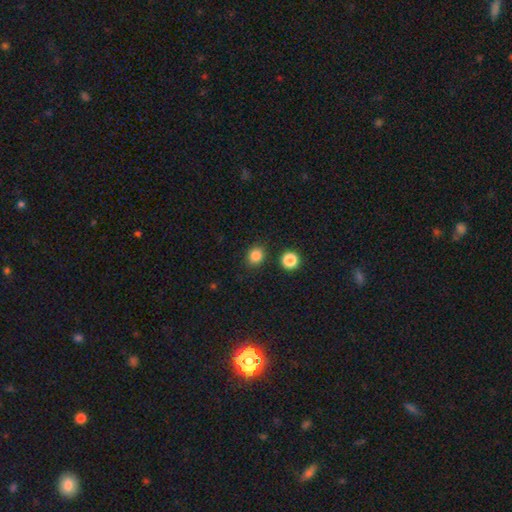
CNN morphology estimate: Smooth or featured? Predicted: smooth (p=0.85). How rounded? Predicted: round (p=0.70). Merging? Predicted: none (p=0.86).